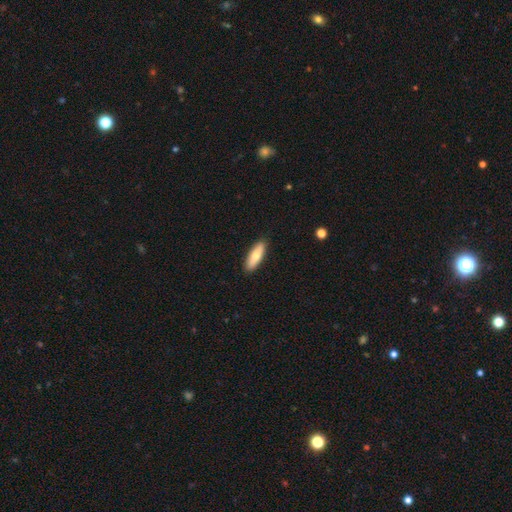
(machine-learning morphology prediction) smooth-or-featured: smooth: 73% | featured or disk: 21% | star or artifact: 5%
  how-rounded: in between: 53% | cigar-shaped: 45% | round: 2%
  merging: none: 90% | minor disturbance: 7% | major disturbance: 1% | merger: 1%